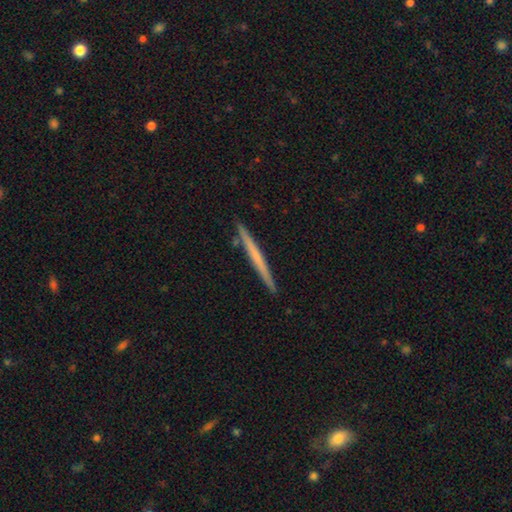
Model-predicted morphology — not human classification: Smooth or featured? Predicted: featured or disk (p=0.52). Edge-on disk? Predicted: yes (p=0.98). Edge-on bulge? Predicted: none (p=0.84). Merging? Predicted: none (p=0.91).